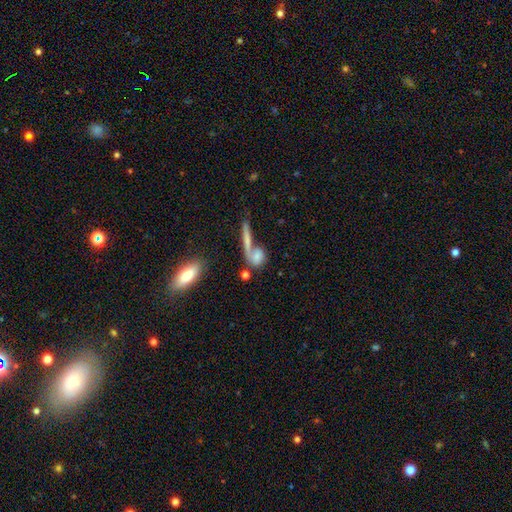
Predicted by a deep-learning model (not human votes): A smooth galaxy with no disk features (65%) that is in between round and cigar-shaped (43%).

Vote fractions:
- Smooth or featured? smooth: 65% / featured or disk: 24% / star or artifact: 10%
- How rounded? in between: 43% / cigar-shaped: 29% / round: 28%
- Merging? merger: 42% / none: 36% / minor disturbance: 11% / major disturbance: 11%